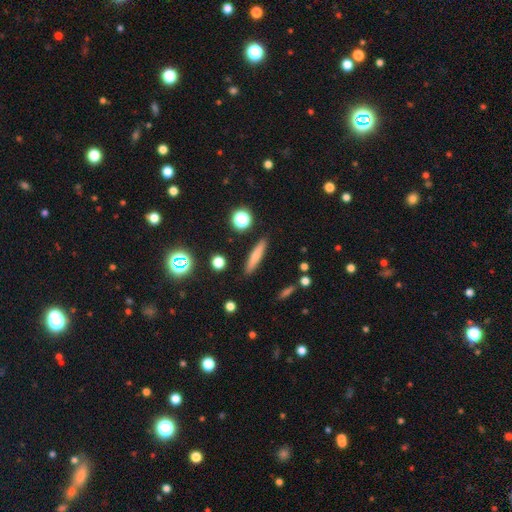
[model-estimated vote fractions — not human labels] smooth-or-featured: smooth: 68% | featured or disk: 23% | star or artifact: 9%
  how-rounded: cigar-shaped: 87% | in between: 10% | round: 3%
  merging: none: 89% | minor disturbance: 7% | major disturbance: 2% | merger: 2%